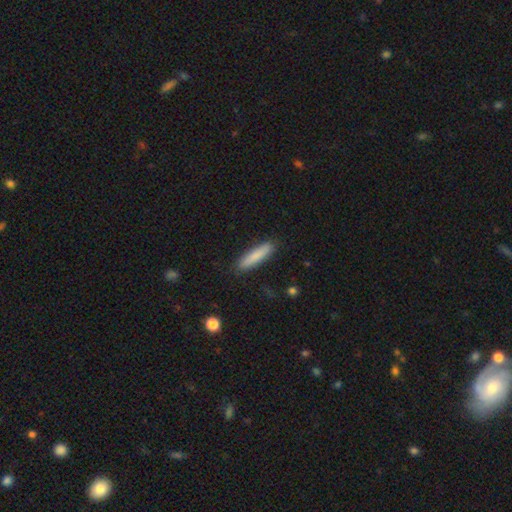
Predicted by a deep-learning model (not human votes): This is clearly a smooth galaxy (82%). How rounded: clearly cigar-shaped (86%). Merging: clearly none (89%).